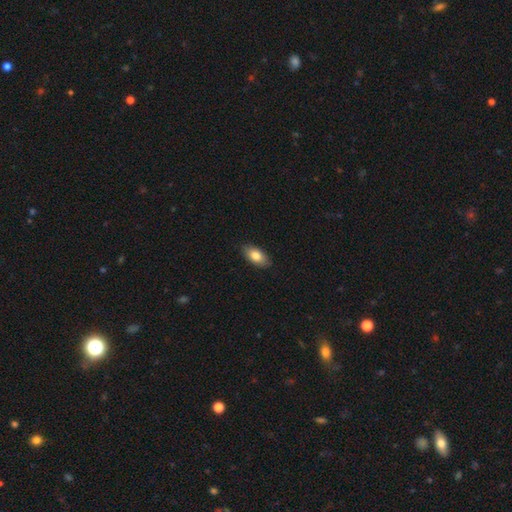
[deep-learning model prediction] This is clearly a smooth galaxy (81%). How rounded: clearly in between (92%). Merging: clearly none (87%).